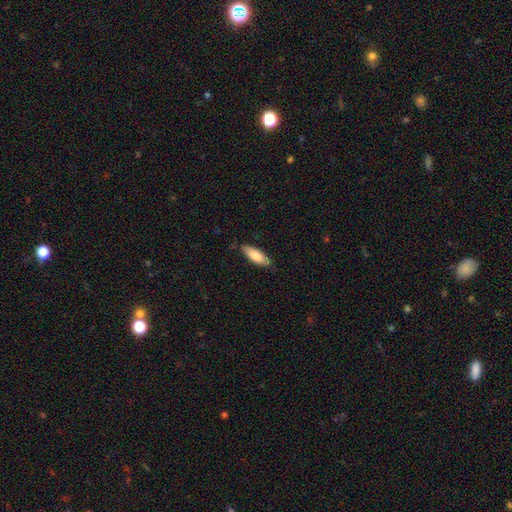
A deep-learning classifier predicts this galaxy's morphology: The model was most divided on "how rounded": in between: 64%, cigar-shaped: 34%, round: 2%. More confident: smooth or featured — smooth (81%); merging — none (79%).